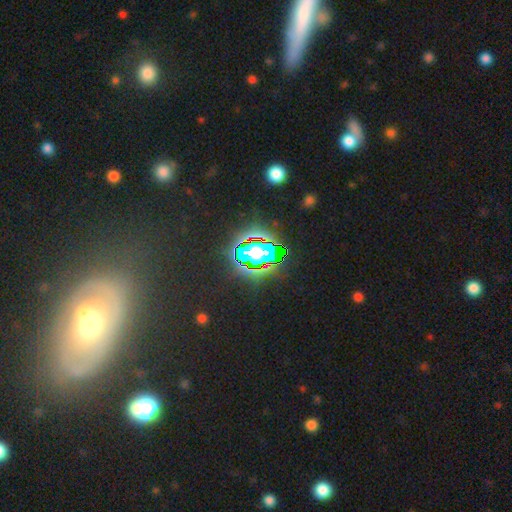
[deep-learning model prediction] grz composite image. It shows a star or artifact, not a galaxy (52%).